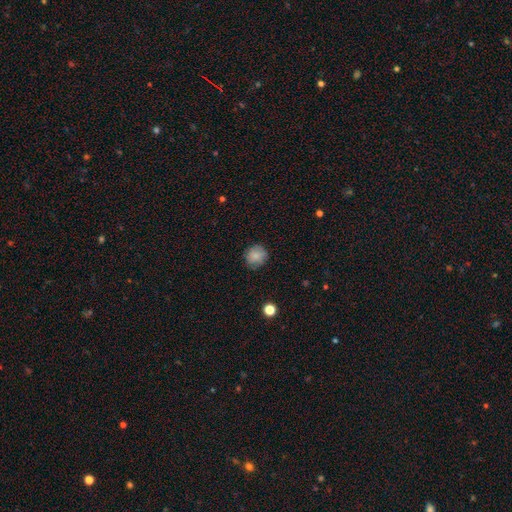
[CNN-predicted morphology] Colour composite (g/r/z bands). It shows a smooth galaxy with no disk features (84%) that is round (84%). Merging: none (81%).